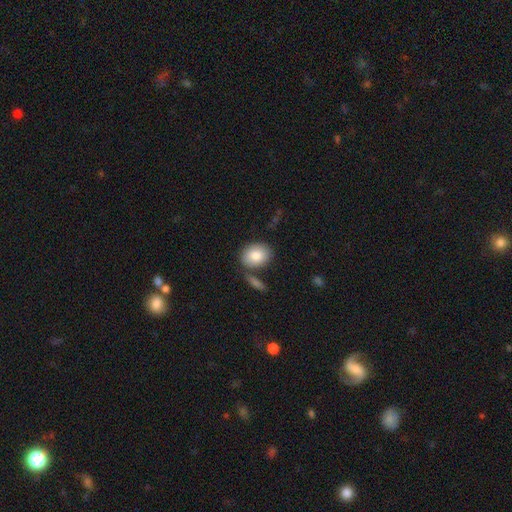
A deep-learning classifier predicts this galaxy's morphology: This appears to be a smooth galaxy with no disk features (84%) that is in between round and cigar-shaped (65%). Merging: none (68%).